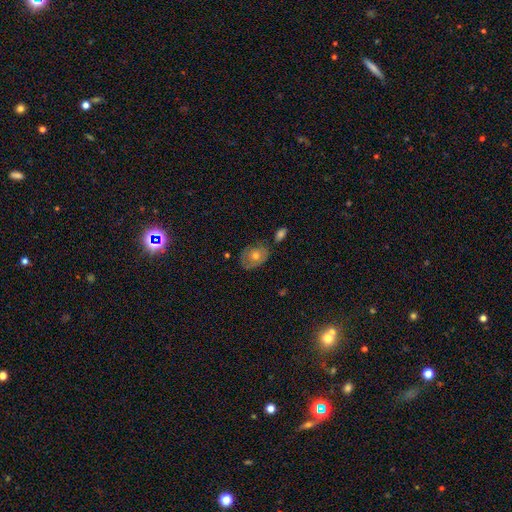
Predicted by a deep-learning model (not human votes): This appears to be a smooth galaxy with no disk features (47%). Merging: none (63%).